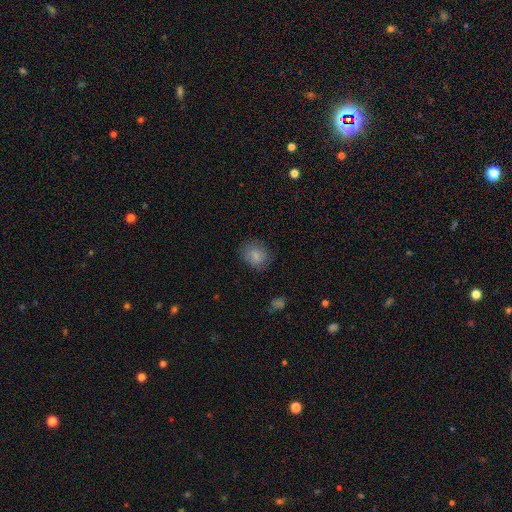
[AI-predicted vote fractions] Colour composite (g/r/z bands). It shows a smooth galaxy with no disk features (83%) that is round (60%). Merging: none (77%).